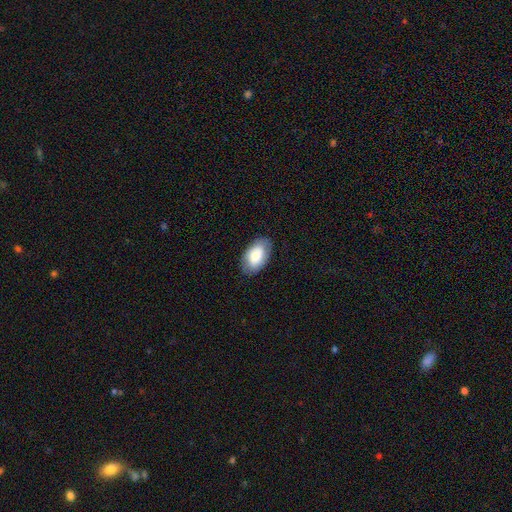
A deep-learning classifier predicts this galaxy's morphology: Smooth or featured? Predicted: smooth (p=0.81). How rounded? Predicted: in between (p=0.94). Merging? Predicted: none (p=0.83).